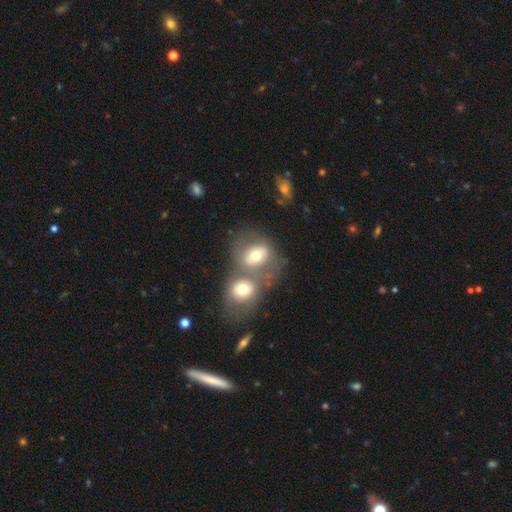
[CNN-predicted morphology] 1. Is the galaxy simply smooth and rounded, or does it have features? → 58% smooth, 33% featured or disk, 9% star or artifact.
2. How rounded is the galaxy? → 63% round, 35% in between, 1% cigar-shaped.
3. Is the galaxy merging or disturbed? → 54% merger, 31% none, 9% minor disturbance, 6% major disturbance.